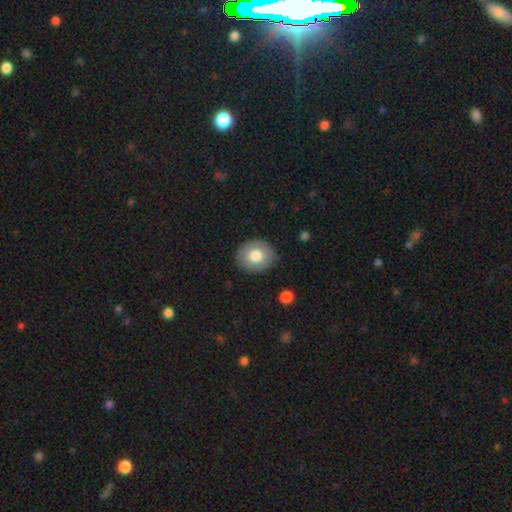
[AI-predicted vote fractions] Overall: smooth (73%). How rounded: round (63%; in between 36%). Merging: none (88%).